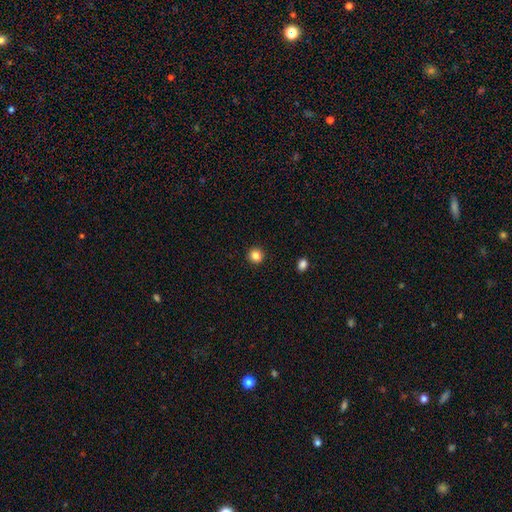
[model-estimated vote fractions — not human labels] This is clearly a smooth galaxy (85%). How rounded: clearly round (92%). Merging: clearly none (92%).